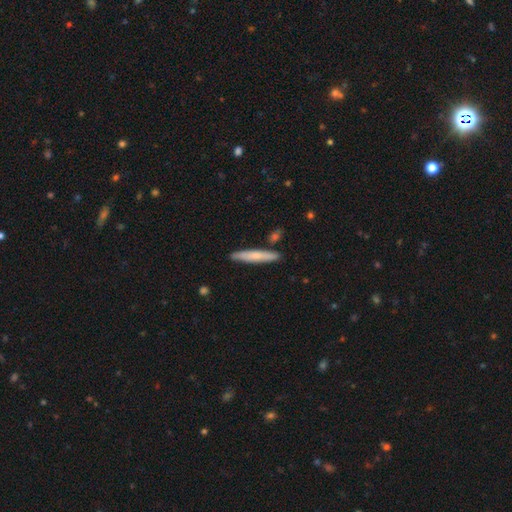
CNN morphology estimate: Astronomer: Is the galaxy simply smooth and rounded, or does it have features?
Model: smooth — 64%.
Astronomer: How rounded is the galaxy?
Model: cigar-shaped — 93%.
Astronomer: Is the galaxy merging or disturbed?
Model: none — 86%.